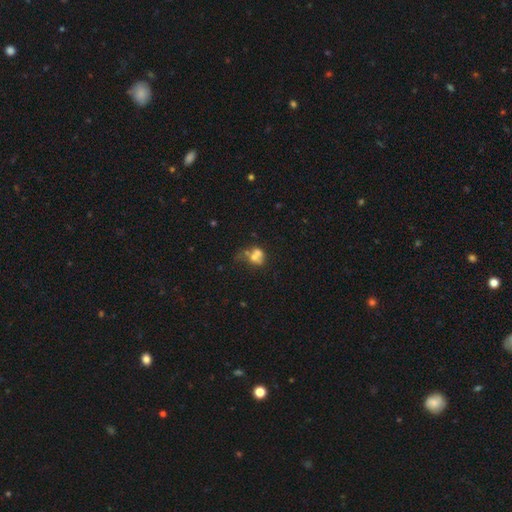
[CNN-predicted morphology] smooth_or_featured: smooth (p=0.56) [alt: featured or disk p=0.30]
how_rounded: round (p=0.53) [alt: in between p=0.46]
merging: merger (p=0.58) [alt: none p=0.21]